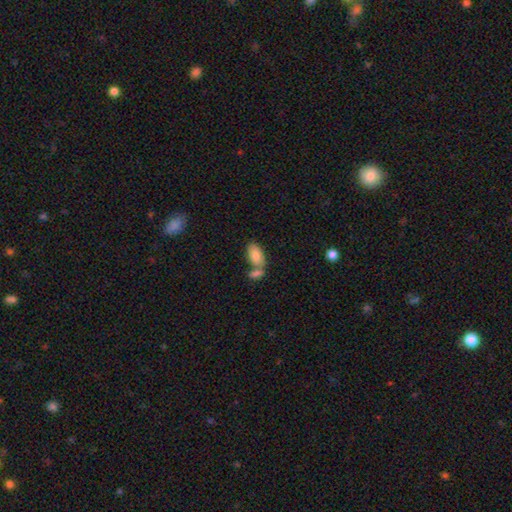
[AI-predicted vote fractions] Overall: smooth (83%). How rounded: in between (94%). Merging: none (45%; merger 40%).